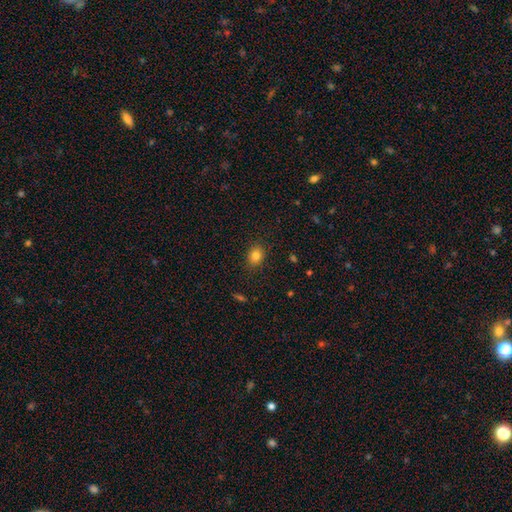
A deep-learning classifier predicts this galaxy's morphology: type=smooth (83%); roundness=in between (50%); merging=none (88%).